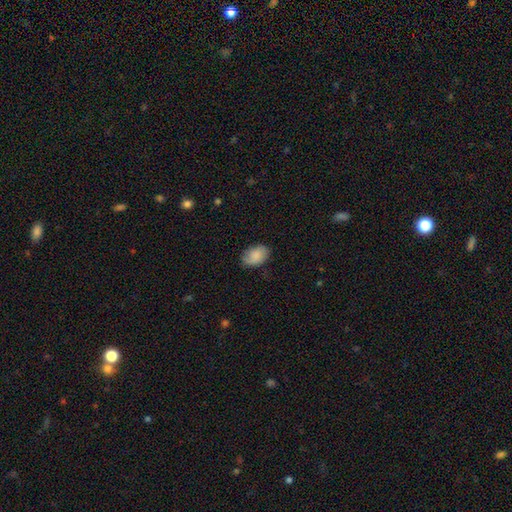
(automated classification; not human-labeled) A smooth galaxy with no disk features (83%) that is in between round and cigar-shaped (86%). Merging: none (78%).